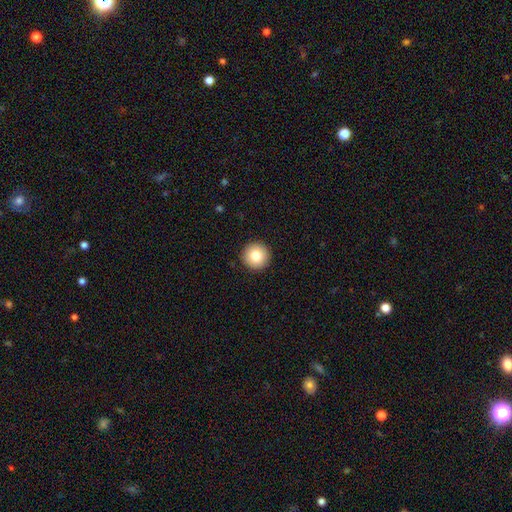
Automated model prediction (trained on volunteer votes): smooth_or_featured: smooth (p=0.83) [alt: star or artifact p=0.09]
how_rounded: round (p=0.96) [alt: in between p=0.03]
merging: none (p=0.93) [alt: minor disturbance p=0.05]